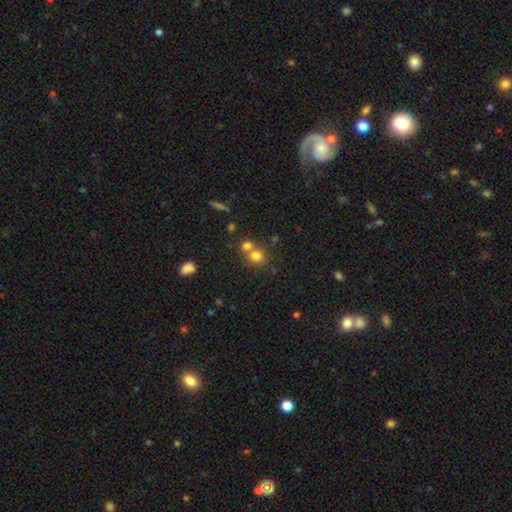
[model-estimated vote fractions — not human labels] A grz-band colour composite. It shows a smooth galaxy with no disk features (76%) that is round (82%). Merging: none (47%).